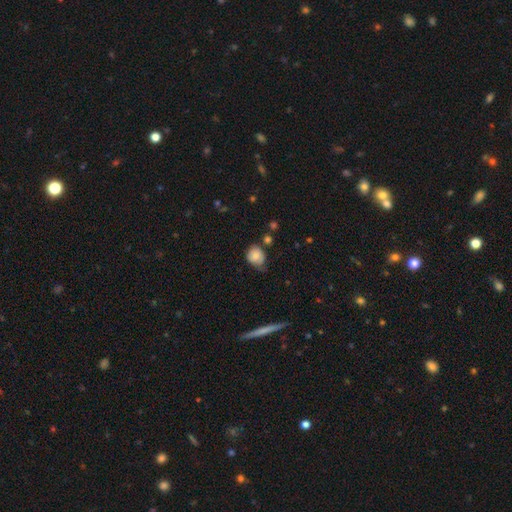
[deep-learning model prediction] This appears to be a smooth galaxy with no disk features (78%) that is round (75%). Merging: none (53%).